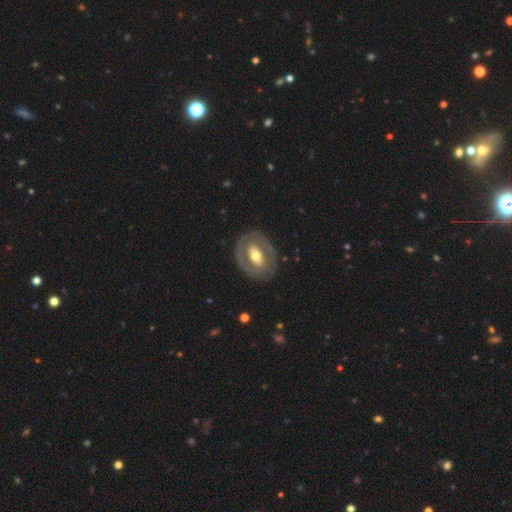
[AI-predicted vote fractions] Overall: featured or disk (64%; smooth 31%). Edge-on disk: no (93%). Bar: no (39%; weak 31%). Spiral arms: no (69%; yes 31%). Bulge size: moderate (66%). Merging: none (82%).